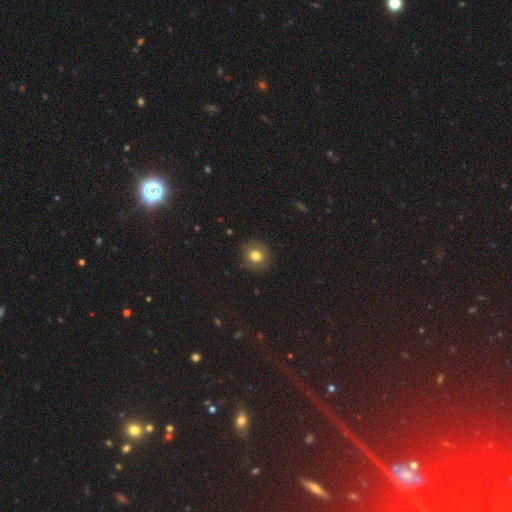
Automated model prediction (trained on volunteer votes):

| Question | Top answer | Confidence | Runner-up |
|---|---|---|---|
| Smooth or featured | smooth | 78% | star or artifact (12%) |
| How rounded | round | 82% | in between (17%) |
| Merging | none | 87% | minor disturbance (9%) |